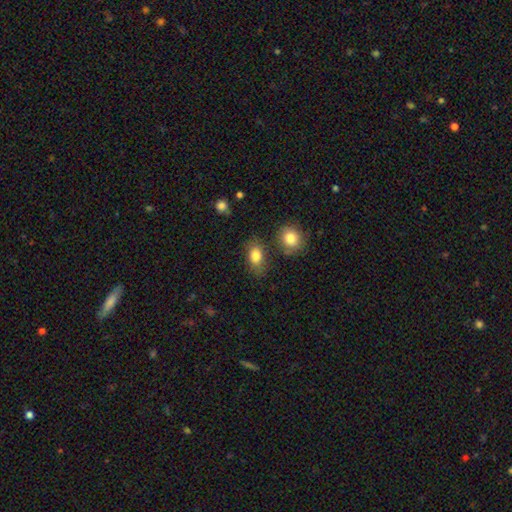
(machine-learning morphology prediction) Q: Smooth or featured?
A: smooth (82%); runner-up: featured or disk (9%)
Q: How rounded?
A: in between (83%); runner-up: round (15%)
Q: Merging?
A: none (71%); runner-up: minor disturbance (16%)